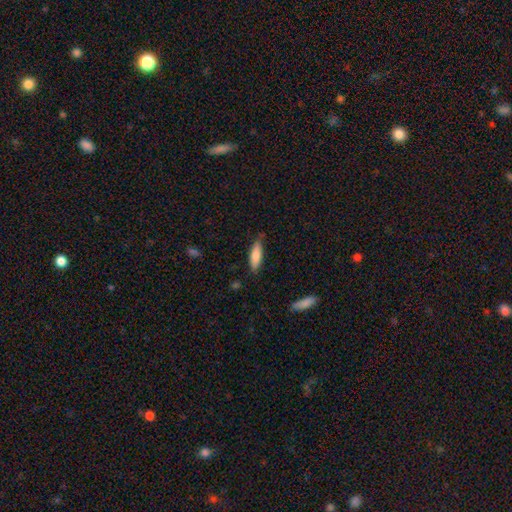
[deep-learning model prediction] Morphology: type=smooth (82%); roundness=cigar-shaped (51%); merging=none (77%).